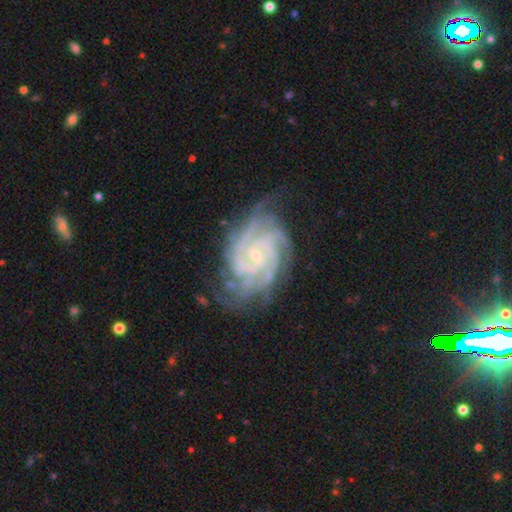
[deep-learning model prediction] Smooth or featured: featured or disk — 90% (star or artifact — 6%)
Edge-on disk: no — 98% (yes — 2%)
Bar: no — 55% (weak — 35%)
Spiral arms: yes — 98% (no — 2%)
Spiral winding: tight — 73% (medium — 24%)
Spiral arm count: 4 — 25% (3 — 20%)
Bulge size: small — 77% (moderate — 17%)
Merging: none — 69% (minor disturbance — 21%)